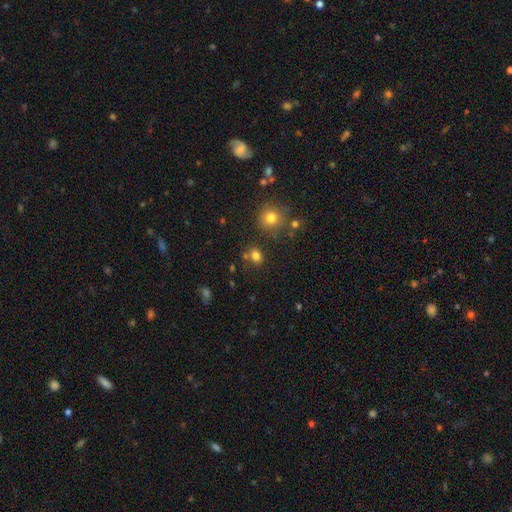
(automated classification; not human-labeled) Overall: smooth (78%). How rounded: round (54%; in between 45%). Merging: none (70%).